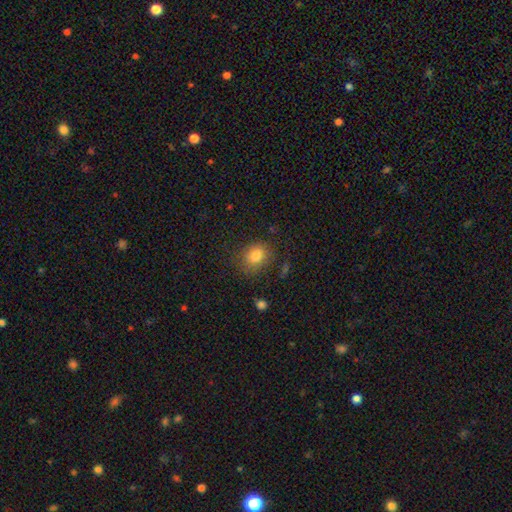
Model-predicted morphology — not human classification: smooth-or-featured: smooth: 82% | star or artifact: 11% | featured or disk: 8%
  how-rounded: round: 55% | in between: 44% | cigar-shaped: 1%
  merging: none: 77% | minor disturbance: 15% | major disturbance: 6% | merger: 2%